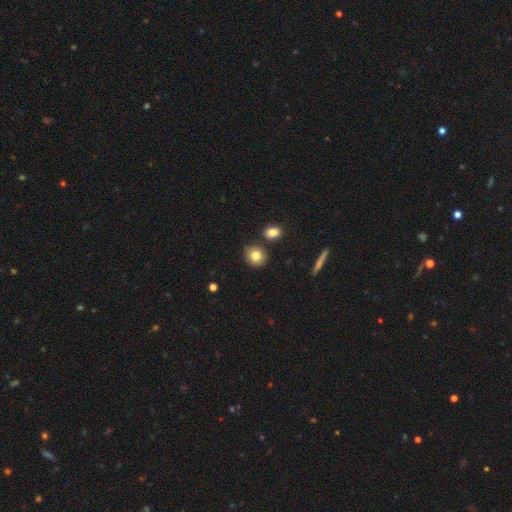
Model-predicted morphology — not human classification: Smooth or featured? smooth (80%)
How rounded? round (77%)
Merging? none (81%)